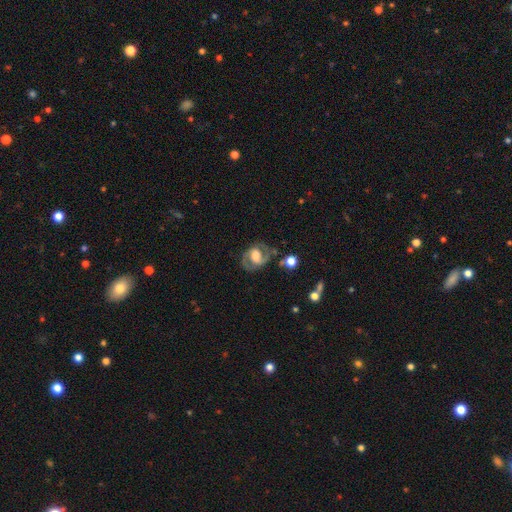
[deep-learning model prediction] Smooth or featured?
  - featured or disk: 71% *
  - smooth: 21%
  - star or artifact: 7%
Edge-on disk?
  - no: 96% *
  - yes: 4%
Bar?
  - weak: 42% *
  - no: 38%
  - strong: 20%
Spiral arms?
  - yes: 83% *
  - no: 17%
Spiral winding?
  - medium: 52% *
  - tight: 26%
  - loose: 21%
Spiral arm count?
  - 2: 84% *
  - can't tell: 8%
  - 1: 4%
  - 3: 2%
  - 4: 1%
  - more than 4: 1%
Bulge size?
  - moderate: 40% *
  - large: 39%
  - small: 12%
  - none: 5%
  - dominant: 4%
Merging?
  - none: 65% *
  - minor disturbance: 19%
  - major disturbance: 12%
  - merger: 4%